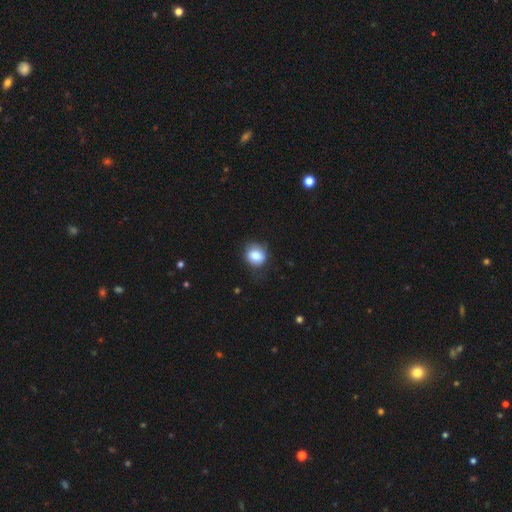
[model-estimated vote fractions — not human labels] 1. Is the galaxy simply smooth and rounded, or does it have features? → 84% smooth, 8% star or artifact, 8% featured or disk.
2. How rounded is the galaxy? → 71% round, 28% in between, 1% cigar-shaped.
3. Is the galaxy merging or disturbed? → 70% none, 22% minor disturbance, 6% major disturbance, 1% merger.